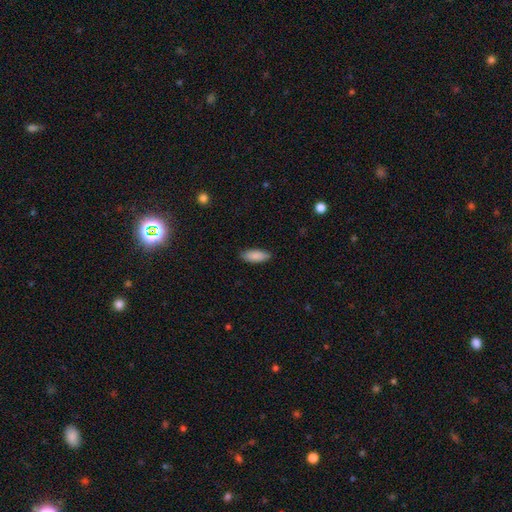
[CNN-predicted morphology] smooth 89%, star or artifact 6%, featured or disk 5%. Down the decision tree: how rounded — in between (78%); merging — none (86%).